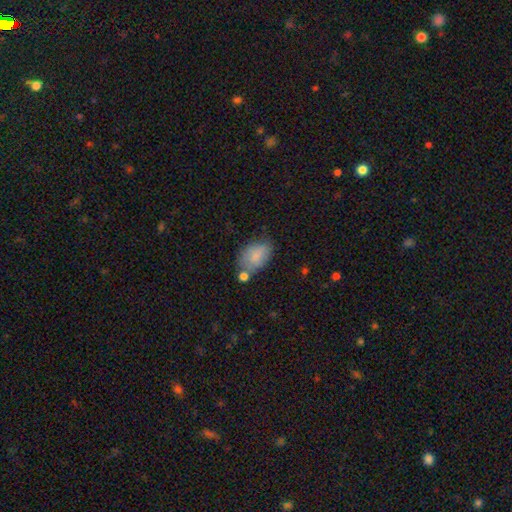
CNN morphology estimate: smooth_or_featured: smooth (p=0.82) [alt: featured or disk p=0.11]
how_rounded: in between (p=0.90) [alt: round p=0.09]
merging: none (p=0.54) [alt: minor disturbance p=0.25]